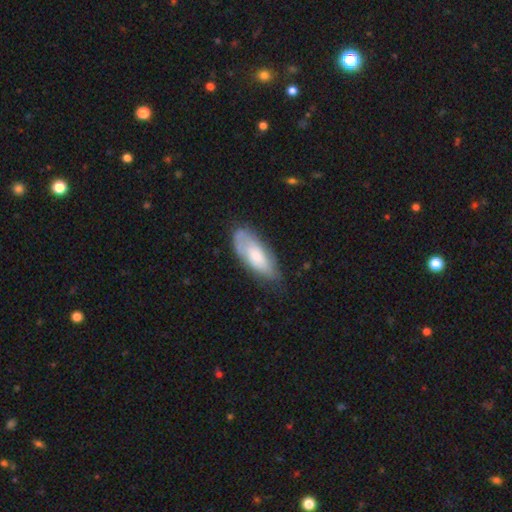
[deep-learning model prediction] smooth 55%, featured or disk 39%, star or artifact 6%. Down the decision tree: how rounded — in between (78%); merging — none (62%).